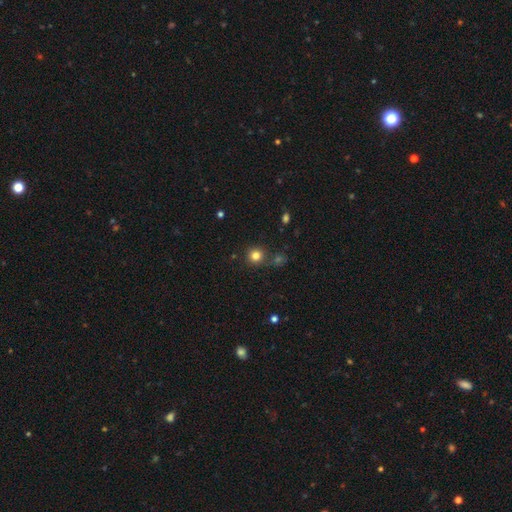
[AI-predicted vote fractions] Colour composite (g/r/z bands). It shows a smooth galaxy with no disk features (79%) that is round (92%). Merging: none (79%).